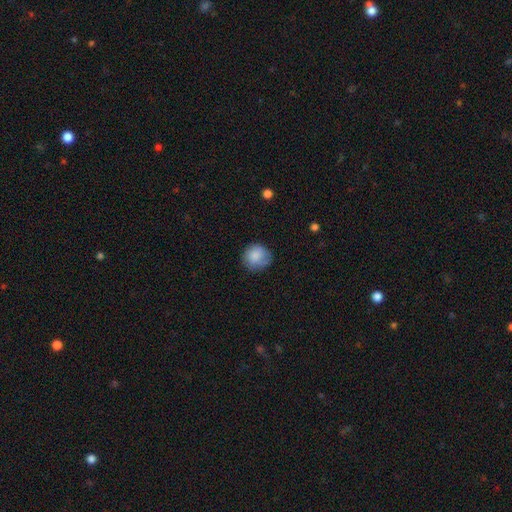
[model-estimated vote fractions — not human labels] Smooth or featured? Predicted: smooth (p=0.85). How rounded? Predicted: round (p=0.87). Merging? Predicted: none (p=0.73).